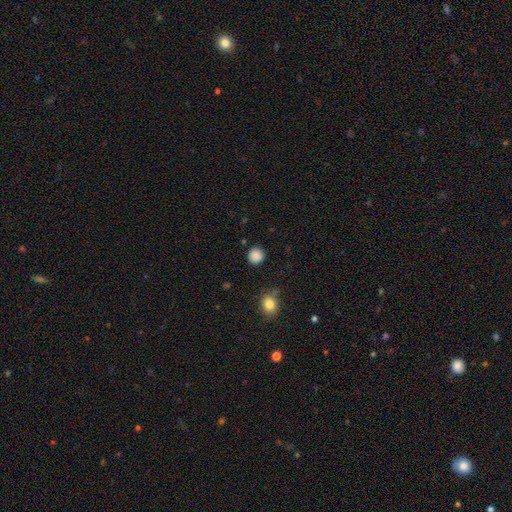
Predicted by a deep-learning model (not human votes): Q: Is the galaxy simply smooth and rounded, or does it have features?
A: smooth — 87%.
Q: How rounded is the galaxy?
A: round — 89%.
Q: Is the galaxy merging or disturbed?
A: none — 88%.